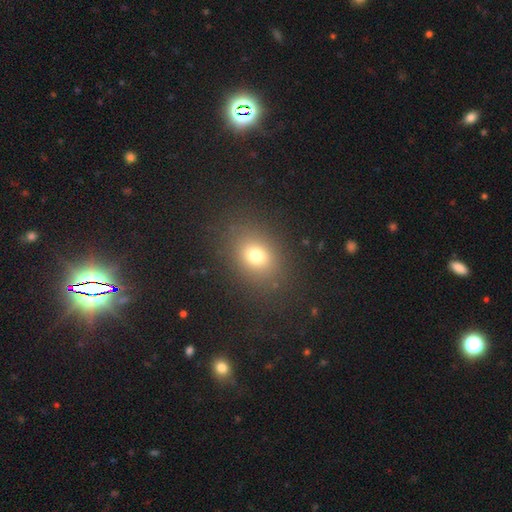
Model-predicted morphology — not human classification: Smooth or featured?
  - smooth: 74% *
  - star or artifact: 16%
  - featured or disk: 10%
How rounded?
  - in between: 51% *
  - round: 48%
  - cigar-shaped: 1%
Merging?
  - none: 85% *
  - minor disturbance: 9%
  - major disturbance: 5%
  - merger: 1%